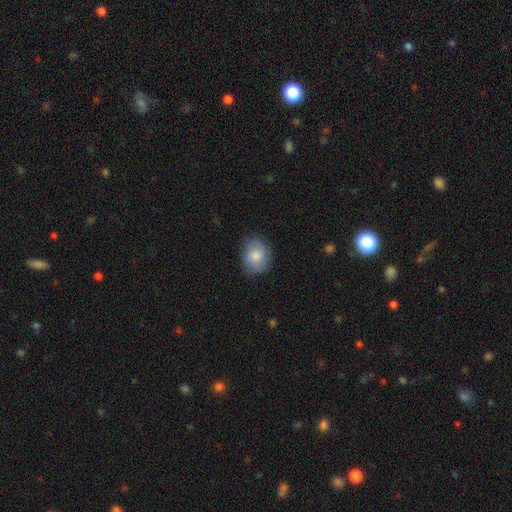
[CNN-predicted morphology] The model was most divided on "how rounded": round: 54%, in between: 45%, cigar-shaped: 1%. More confident: smooth or featured — smooth (79%); merging — none (77%).